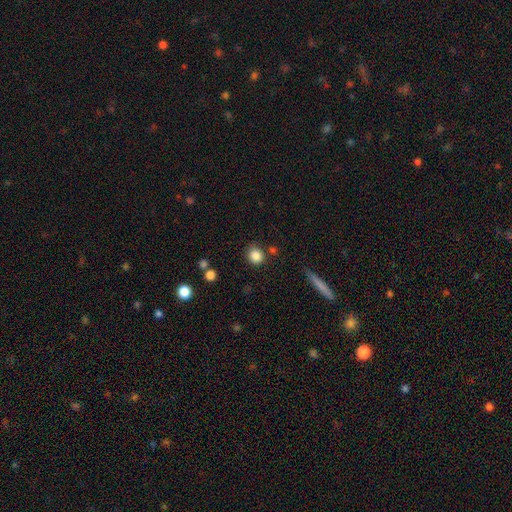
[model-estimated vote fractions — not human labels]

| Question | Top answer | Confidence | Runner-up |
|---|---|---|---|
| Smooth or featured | smooth | 85% | star or artifact (10%) |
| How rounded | round | 82% | in between (17%) |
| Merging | none | 80% | minor disturbance (11%) |